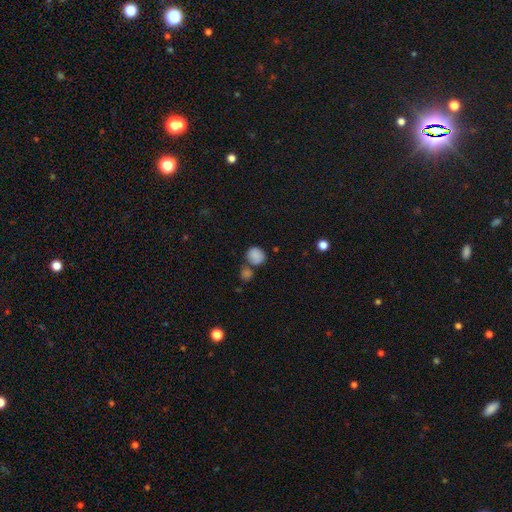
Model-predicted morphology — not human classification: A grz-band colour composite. It shows a smooth galaxy with no disk features (85%) that is round (76%). Merging: none (55%).